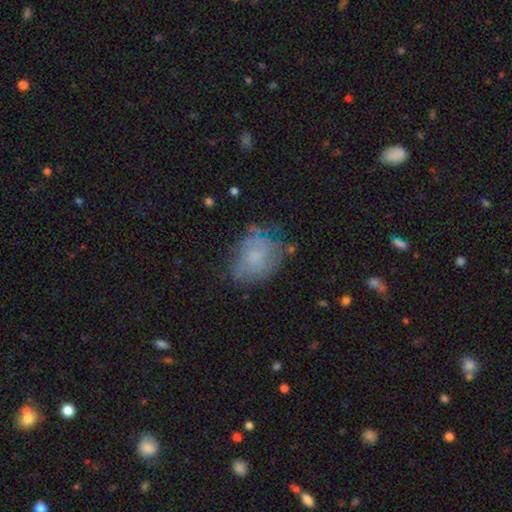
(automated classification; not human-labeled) Smooth or featured: smooth — 58% (featured or disk — 31%)
How rounded: in between — 71% (round — 27%)
Merging: none — 53% (minor disturbance — 29%)